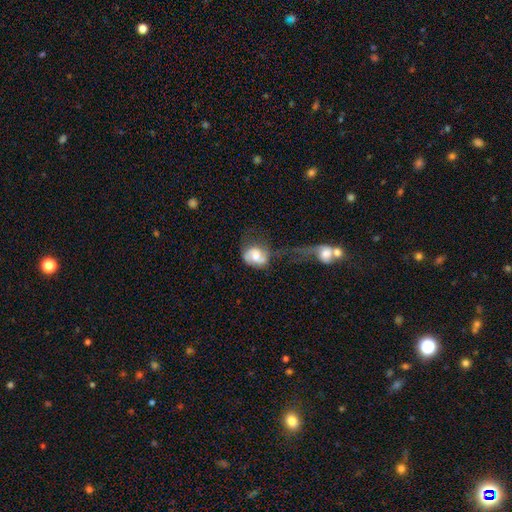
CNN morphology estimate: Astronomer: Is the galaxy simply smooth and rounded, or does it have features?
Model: featured or disk — 52% (runner-up: smooth, 40%).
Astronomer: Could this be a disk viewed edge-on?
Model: no — 97%.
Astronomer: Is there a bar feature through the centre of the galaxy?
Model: no — 59%.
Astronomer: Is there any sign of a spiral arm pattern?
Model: yes — 79%.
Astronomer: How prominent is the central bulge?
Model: moderate — 51%.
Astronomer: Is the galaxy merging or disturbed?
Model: major disturbance — 33% (runner-up: none, 27%).